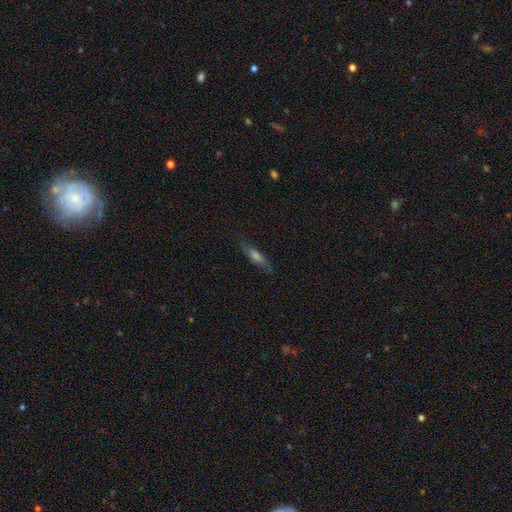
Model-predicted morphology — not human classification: smooth-or-featured: featured or disk: 54% | smooth: 35% | star or artifact: 11%
  disk-edge-on: yes: 54% | no: 46%
  merging: none: 76% | minor disturbance: 17% | major disturbance: 6% | merger: 1%